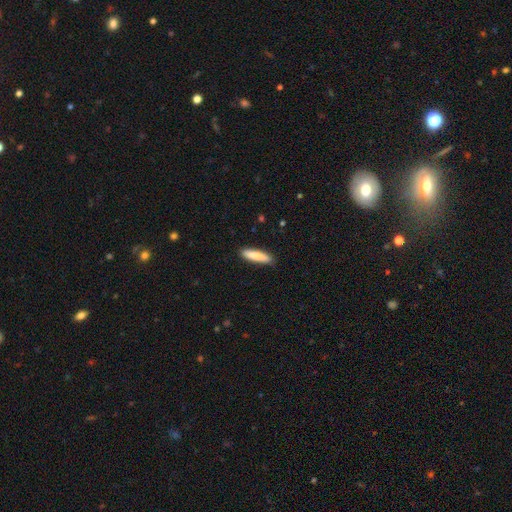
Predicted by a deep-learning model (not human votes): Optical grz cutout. It shows a smooth galaxy with no disk features (83%) that is cigar-shaped (80%). Merging: none (88%).